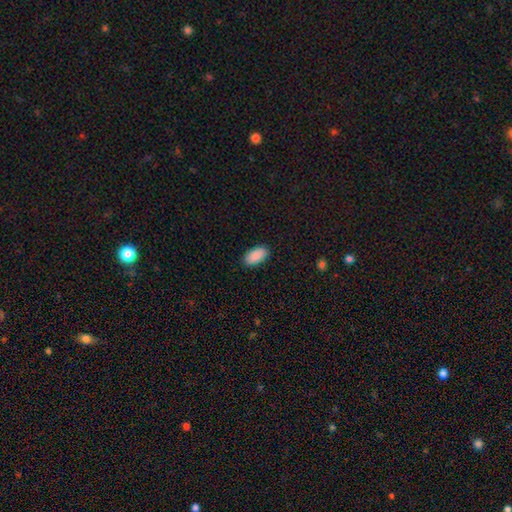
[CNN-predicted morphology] Q: Smooth or featured?
A: smooth (90%); runner-up: star or artifact (6%)
Q: How rounded?
A: in between (95%); runner-up: cigar-shaped (3%)
Q: Merging?
A: none (89%); runner-up: minor disturbance (8%)